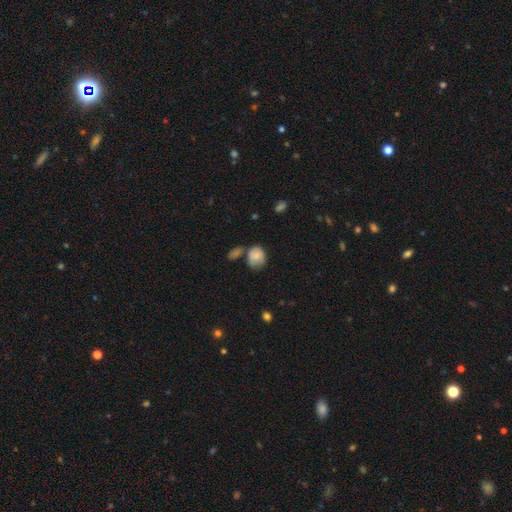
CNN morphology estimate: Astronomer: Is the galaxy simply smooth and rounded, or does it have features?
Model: smooth — 80%.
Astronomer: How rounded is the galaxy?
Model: round — 55% (runner-up: in between, 43%).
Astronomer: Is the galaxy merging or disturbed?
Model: none — 45% (runner-up: minor disturbance, 24%).